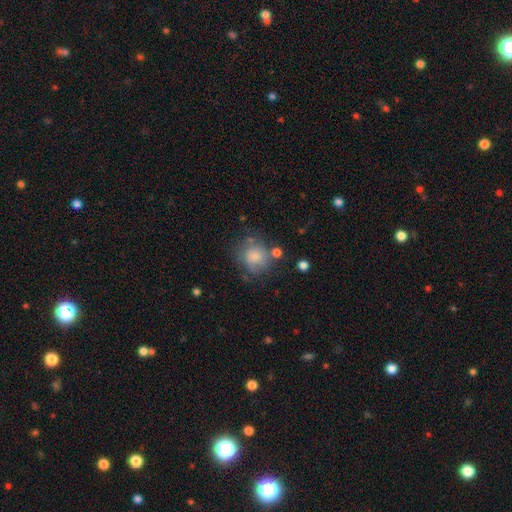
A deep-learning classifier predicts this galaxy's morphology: This is likely a smooth galaxy (74%). How rounded: clearly round (83%). Merging: likely none (63%).